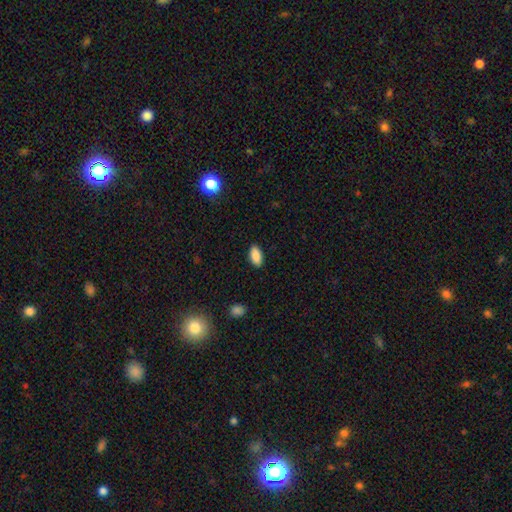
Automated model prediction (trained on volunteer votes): smooth 89%, star or artifact 7%, featured or disk 4%. Down the decision tree: how rounded — in between (93%); merging — none (89%).